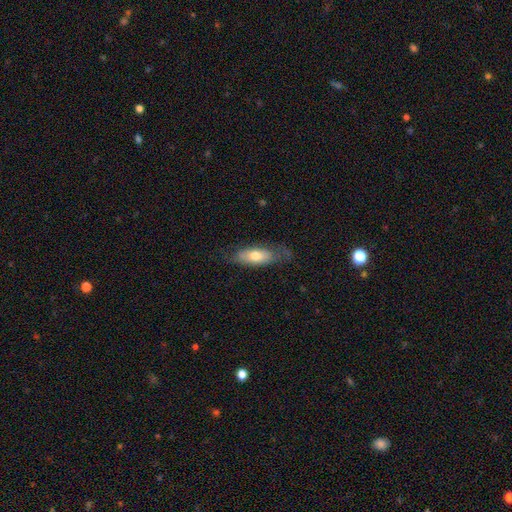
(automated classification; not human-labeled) Smooth or featured?
  - smooth: 63% *
  - featured or disk: 31%
  - star or artifact: 6%
How rounded?
  - in between: 70% *
  - cigar-shaped: 27%
  - round: 3%
Merging?
  - none: 63% *
  - minor disturbance: 25%
  - major disturbance: 11%
  - merger: 1%